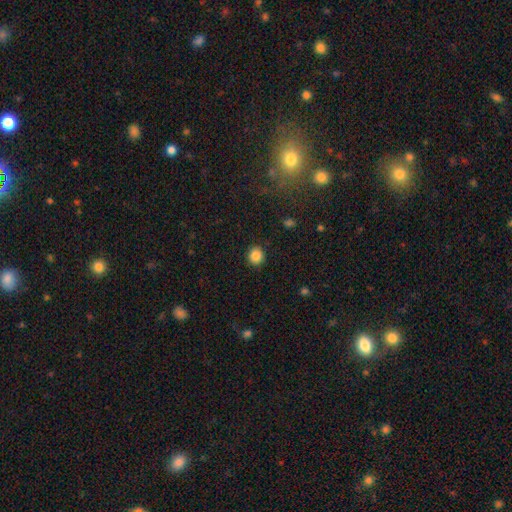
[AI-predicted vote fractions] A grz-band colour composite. It shows a smooth galaxy with no disk features (86%) that is round (89%). Merging: none (90%).